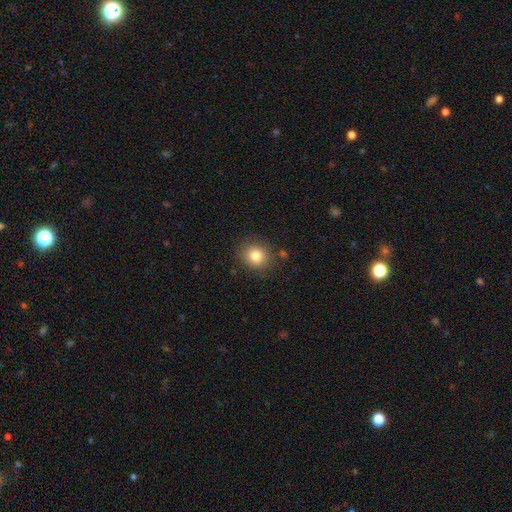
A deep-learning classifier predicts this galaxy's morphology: smooth 81%, star or artifact 11%, featured or disk 8%. Down the decision tree: how rounded — round (82%); merging — none (85%).